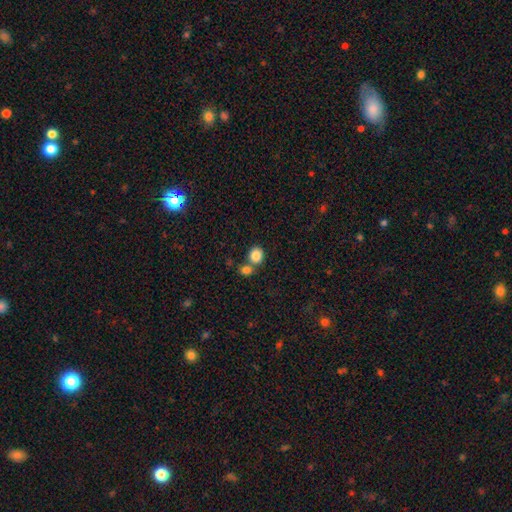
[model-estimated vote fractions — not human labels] Q: Smooth or featured?
A: smooth (85%); runner-up: star or artifact (9%)
Q: How rounded?
A: round (72%); runner-up: in between (27%)
Q: Merging?
A: none (58%); runner-up: merger (31%)